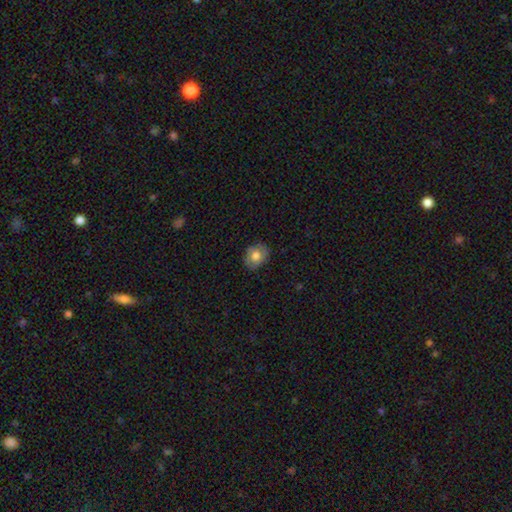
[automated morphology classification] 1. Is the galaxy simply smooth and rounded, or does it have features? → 64% smooth, 29% featured or disk, 8% star or artifact.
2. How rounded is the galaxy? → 54% in between, 45% round, 1% cigar-shaped.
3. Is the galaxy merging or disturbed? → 81% none, 15% minor disturbance, 3% major disturbance, 1% merger.